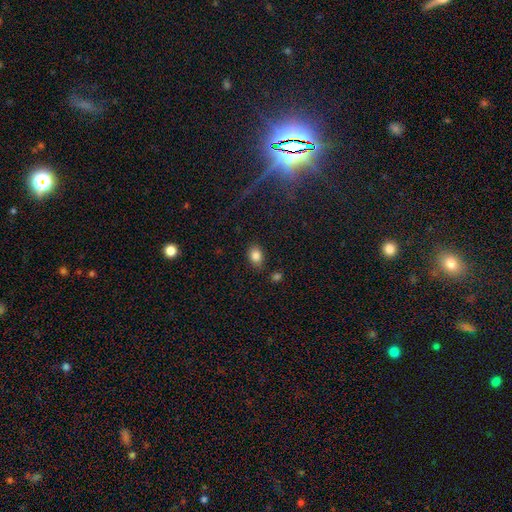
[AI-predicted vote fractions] smooth_or_featured: smooth (p=0.84) [alt: star or artifact p=0.10]
how_rounded: in between (p=0.71) [alt: round p=0.28]
merging: none (p=0.80) [alt: minor disturbance p=0.13]